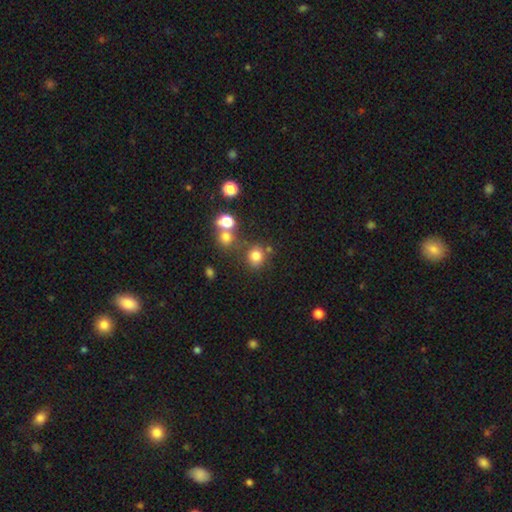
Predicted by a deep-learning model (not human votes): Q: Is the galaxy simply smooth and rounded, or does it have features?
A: smooth — 77%.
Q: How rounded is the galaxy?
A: round — 83%.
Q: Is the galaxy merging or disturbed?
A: none — 69%.